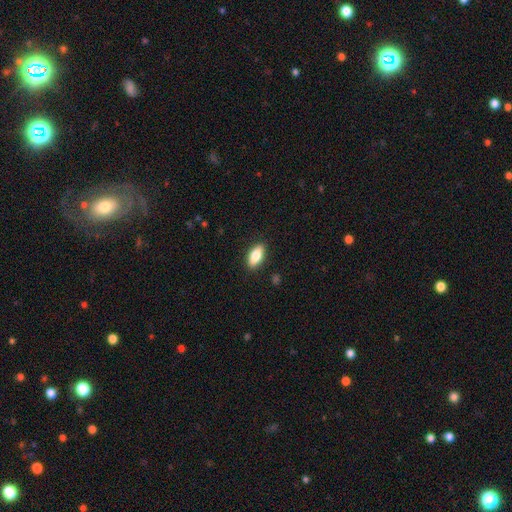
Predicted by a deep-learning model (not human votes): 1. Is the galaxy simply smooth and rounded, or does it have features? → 77% smooth, 16% featured or disk, 7% star or artifact.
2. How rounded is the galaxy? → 83% in between, 13% cigar-shaped, 3% round.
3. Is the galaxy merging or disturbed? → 88% none, 9% minor disturbance, 2% major disturbance, 1% merger.